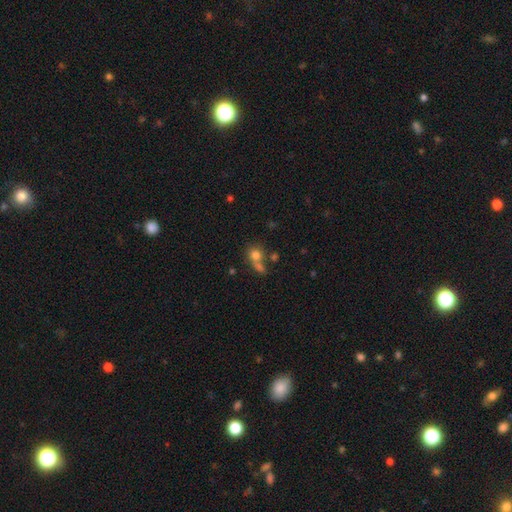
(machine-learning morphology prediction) type=smooth (76%); roundness=round (81%); merging=none (46%).